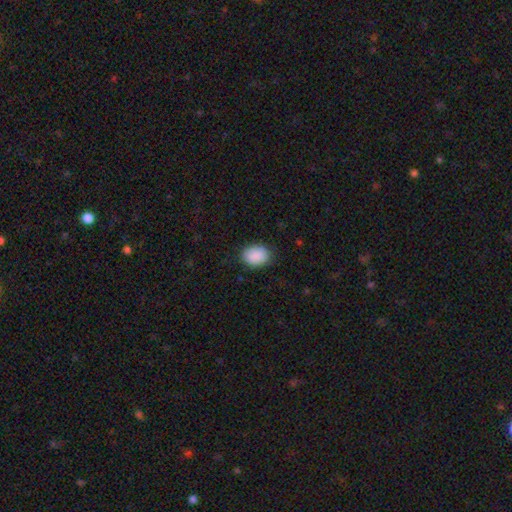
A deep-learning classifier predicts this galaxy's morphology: type=smooth (90%); roundness=in between (64%); merging=none (85%).